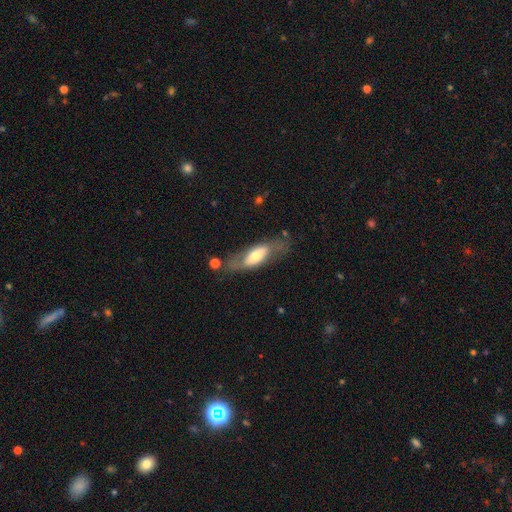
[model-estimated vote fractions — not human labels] The model was most divided on "smooth or featured" (2-way tie): featured or disk: 47%, smooth: 47%, star or artifact: 6%. More confident: merging — none (64%).